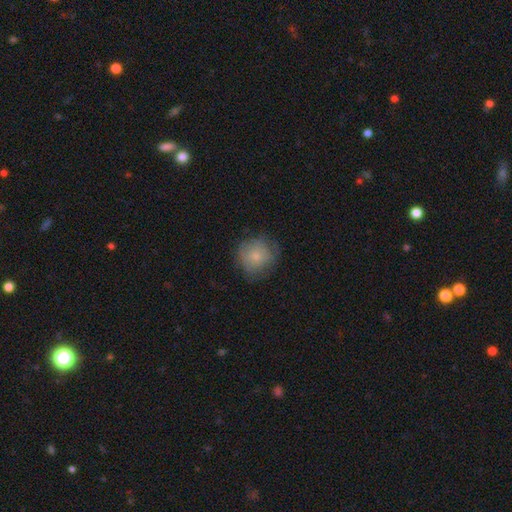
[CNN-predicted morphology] smooth 75%, featured or disk 17%, star or artifact 8%. Down the decision tree: how rounded — round (89%); merging — none (69%).